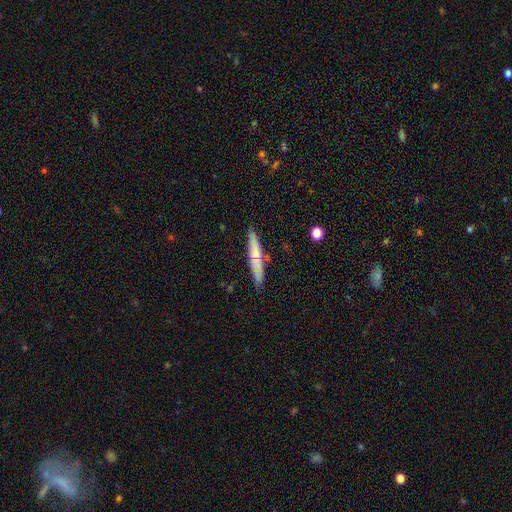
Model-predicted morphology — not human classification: This appears to be a smooth galaxy with no disk features (53%) that is cigar-shaped (90%). Merging: none (78%).